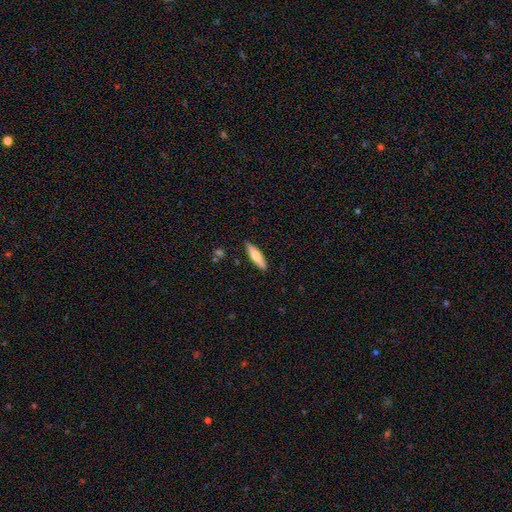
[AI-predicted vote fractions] smooth-or-featured: smooth: 58% | featured or disk: 36% | star or artifact: 6%
  how-rounded: cigar-shaped: 67% | in between: 31% | round: 2%
  merging: none: 89% | minor disturbance: 8% | major disturbance: 2% | merger: 1%